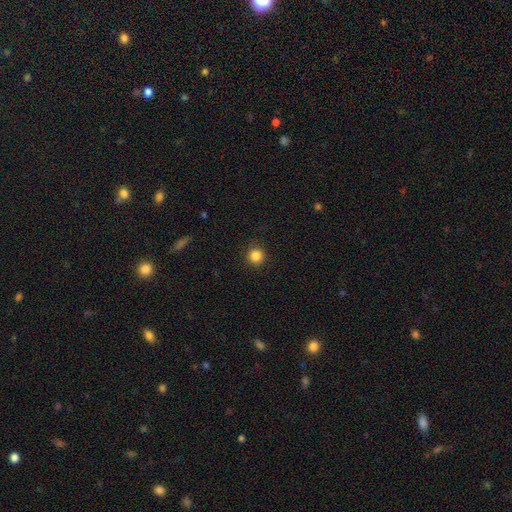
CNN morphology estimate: A smooth galaxy with no disk features (85%) that is round (94%). Merging: none (90%).